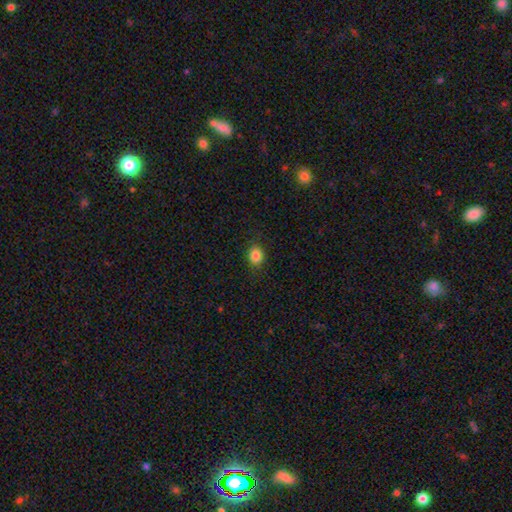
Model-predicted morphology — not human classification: smooth_or_featured: smooth (p=0.84) [alt: star or artifact p=0.10]
how_rounded: round (p=0.57) [alt: in between p=0.42]
merging: none (p=0.87) [alt: minor disturbance p=0.09]